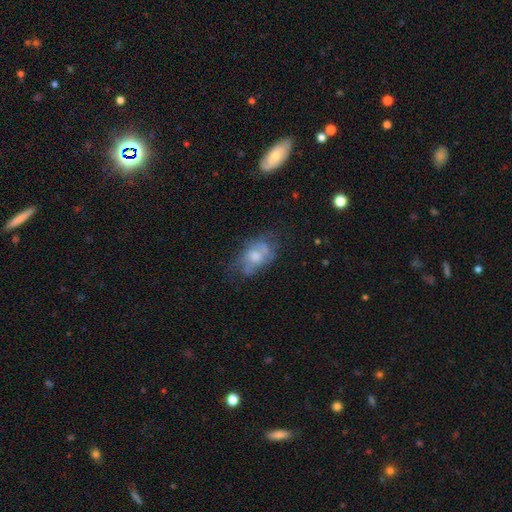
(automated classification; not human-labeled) Overall: featured or disk (50%; smooth 41%). Merging: none (43%; minor disturbance 30%).